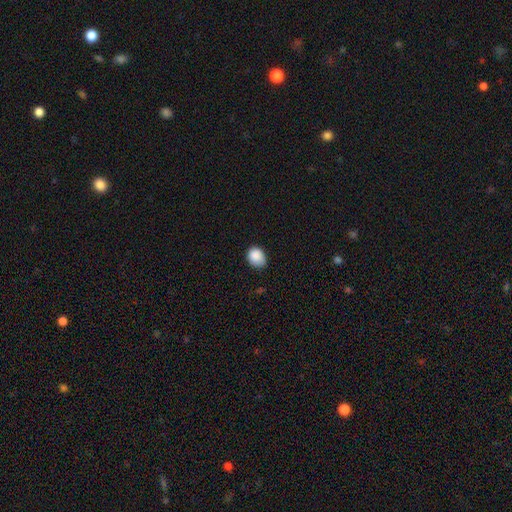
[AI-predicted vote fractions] Overall: smooth (88%). How rounded: round (53%; in between 46%). Merging: none (72%).